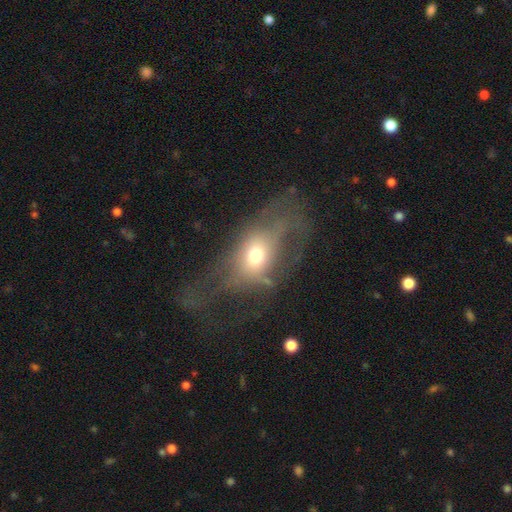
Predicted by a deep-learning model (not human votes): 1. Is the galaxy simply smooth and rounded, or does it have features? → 51% smooth, 36% featured or disk, 13% star or artifact.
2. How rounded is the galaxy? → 68% in between, 28% round, 4% cigar-shaped.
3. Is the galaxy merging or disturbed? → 45% major disturbance, 31% none, 20% minor disturbance, 4% merger.